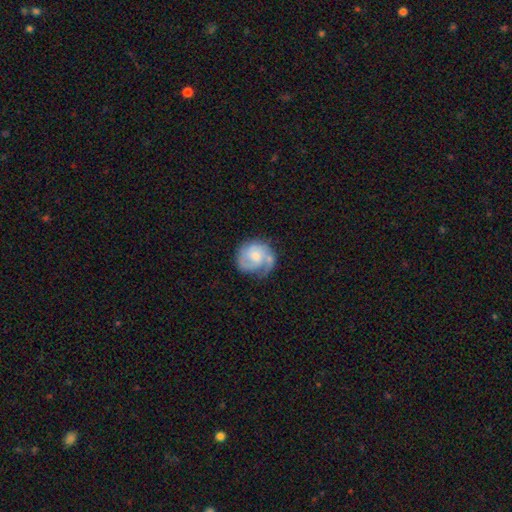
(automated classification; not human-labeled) This appears to be a featured or disk galaxy (71%) with no bar (64%), 2 (51%) tight (46%) spiral arms (91%) and a moderate central bulge (47%). Merging: none (56%).